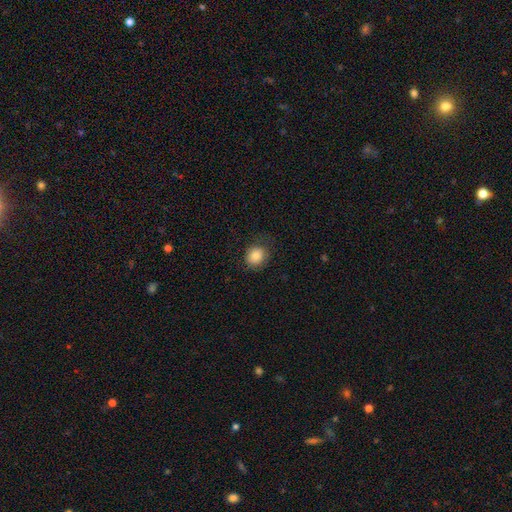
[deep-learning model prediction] smooth-or-featured: smooth: 87% | star or artifact: 9% | featured or disk: 4%
  how-rounded: round: 72% | in between: 28% | cigar-shaped: 1%
  merging: none: 78% | minor disturbance: 16% | major disturbance: 5% | merger: 1%